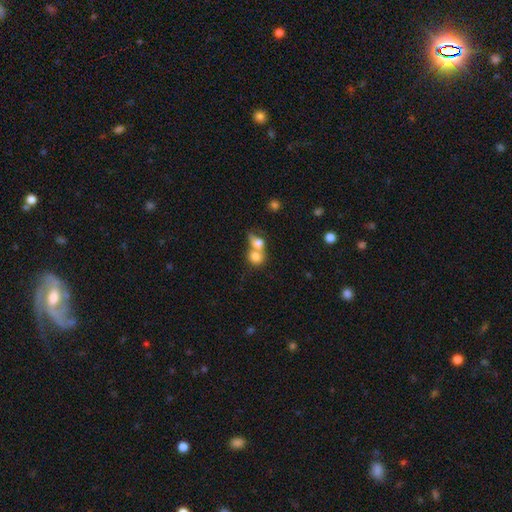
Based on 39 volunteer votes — This appears to be a smooth galaxy with no disk features (72%) that is round (68%). Merging: merger (68%).